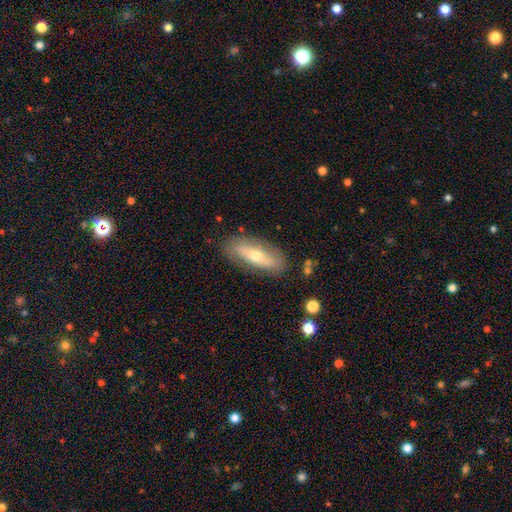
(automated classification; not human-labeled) Overall: smooth (47%, tied with featured or disk). Merging: none (81%).